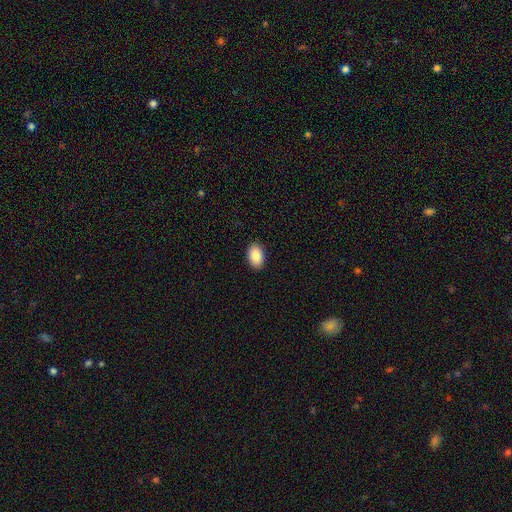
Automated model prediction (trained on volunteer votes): A smooth galaxy with no disk features (88%) that is in between round and cigar-shaped (90%). Merging: none (91%).